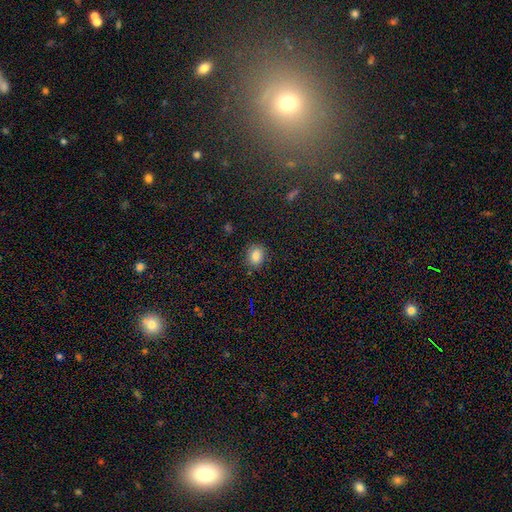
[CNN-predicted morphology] This appears to be a smooth galaxy with no disk features (83%) that is round (55%). Merging: none (84%).